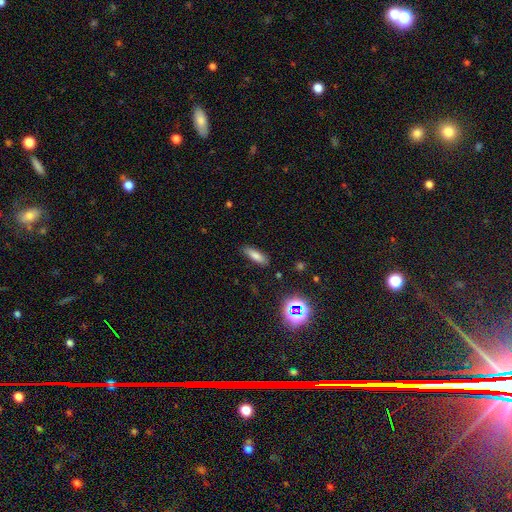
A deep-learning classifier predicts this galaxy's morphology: smooth_or_featured: smooth (p=0.76) [alt: star or artifact p=0.13]
how_rounded: in between (p=0.52) [alt: cigar-shaped p=0.45]
merging: none (p=0.86) [alt: minor disturbance p=0.10]